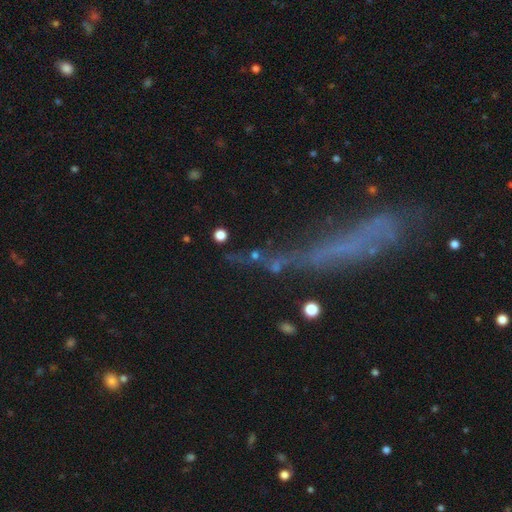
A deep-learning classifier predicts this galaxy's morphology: Smooth or featured?
  - star or artifact: 49% *
  - smooth: 27%
  - featured or disk: 25%